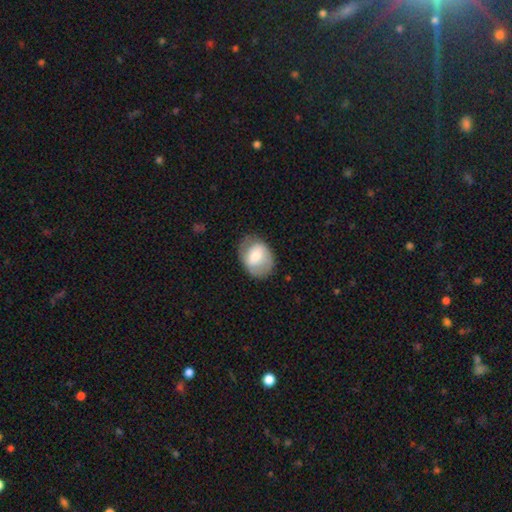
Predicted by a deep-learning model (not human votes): Smooth or featured? smooth (57%)
How rounded? in between (64%)
Merging? none (71%)